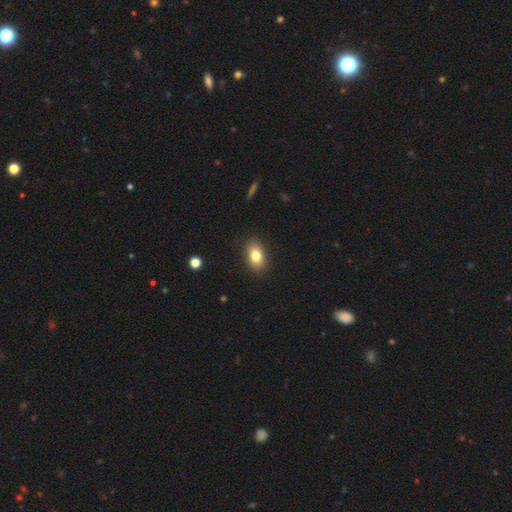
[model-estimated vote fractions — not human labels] smooth 81%, featured or disk 10%, star or artifact 9%. Down the decision tree: how rounded — in between (86%); merging — none (88%).